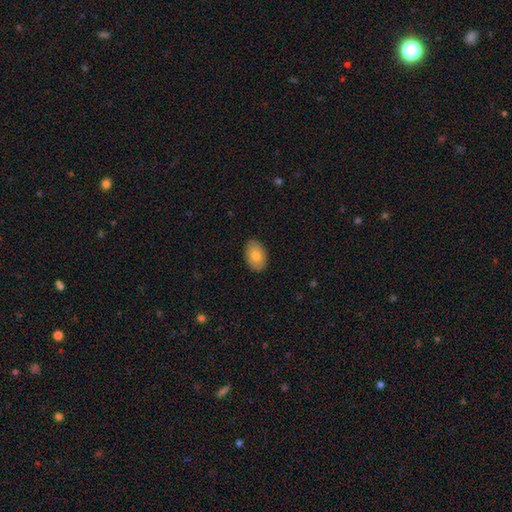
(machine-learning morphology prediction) Q: Smooth or featured?
A: smooth (76%); runner-up: featured or disk (17%)
Q: How rounded?
A: in between (88%); runner-up: round (10%)
Q: Merging?
A: none (85%); runner-up: minor disturbance (12%)